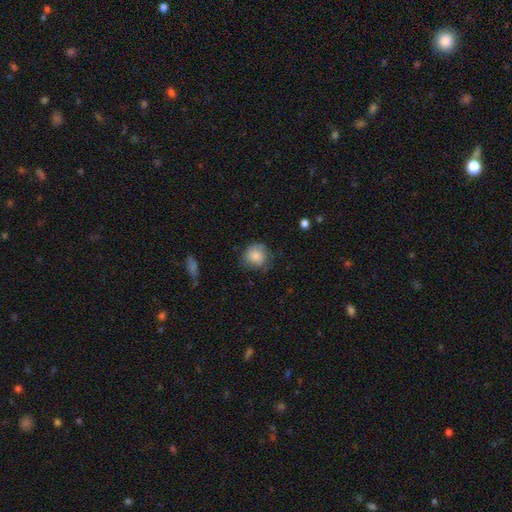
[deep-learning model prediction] Smooth or featured? smooth (81%)
How rounded? round (85%)
Merging? none (65%)